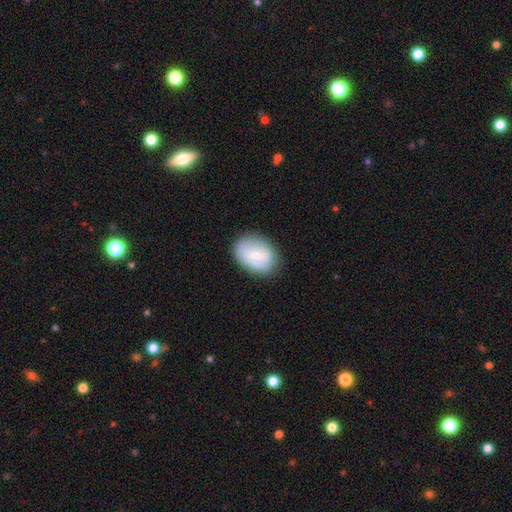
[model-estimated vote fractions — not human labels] Morphology: type=smooth (54%); roundness=in between (75%); merging=none (78%).